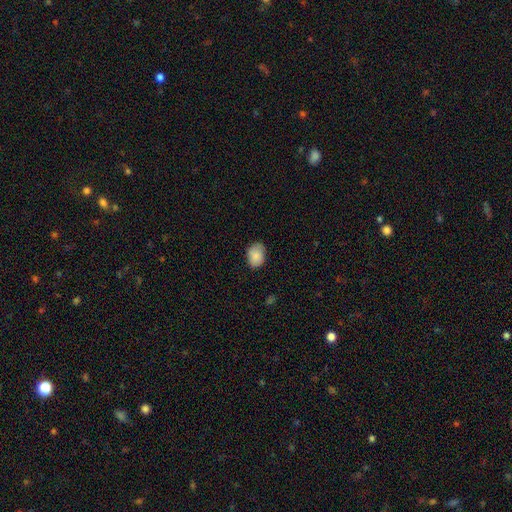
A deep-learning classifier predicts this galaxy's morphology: A smooth galaxy with no disk features (85%) that is in between round and cigar-shaped (76%). Merging: none (75%).